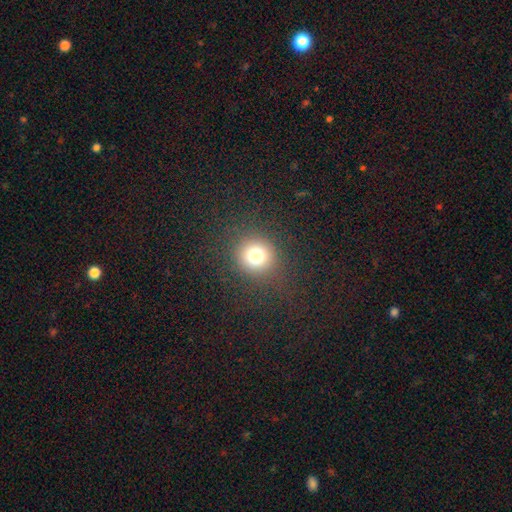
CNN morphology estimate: A smooth galaxy with no disk features (75%) that is round (91%).

Vote fractions:
- Smooth or featured? smooth: 75% / star or artifact: 16% / featured or disk: 9%
- How rounded? round: 91% / in between: 8% / cigar-shaped: 1%
- Merging? none: 87% / minor disturbance: 7% / major disturbance: 5% / merger: 1%